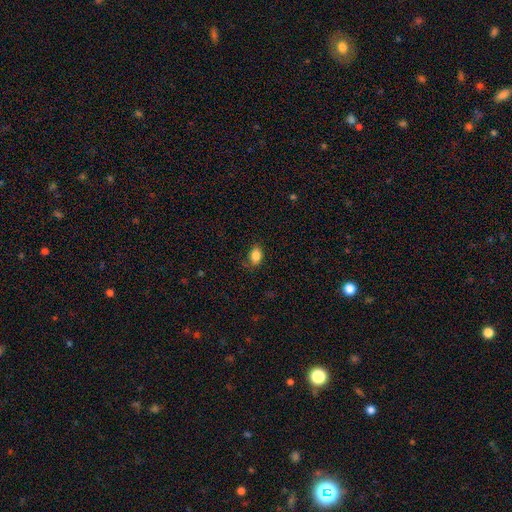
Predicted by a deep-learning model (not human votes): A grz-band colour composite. It shows a smooth galaxy with no disk features (85%) that is in between round and cigar-shaped (80%). Merging: none (78%).